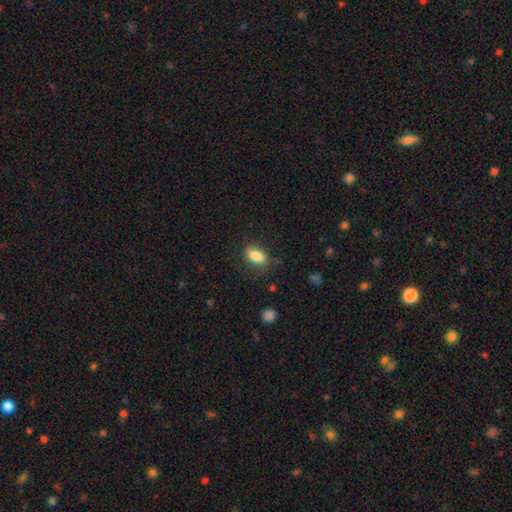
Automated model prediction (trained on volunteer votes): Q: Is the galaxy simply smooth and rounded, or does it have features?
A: smooth — 86%.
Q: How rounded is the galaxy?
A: in between — 89%.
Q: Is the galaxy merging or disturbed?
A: none — 77%.